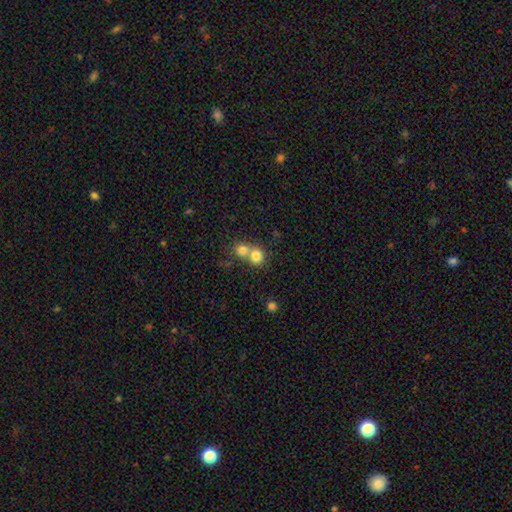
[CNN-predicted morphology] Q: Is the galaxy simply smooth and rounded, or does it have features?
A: smooth — 79%.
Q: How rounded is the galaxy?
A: round — 82%.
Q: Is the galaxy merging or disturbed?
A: merger — 58%.